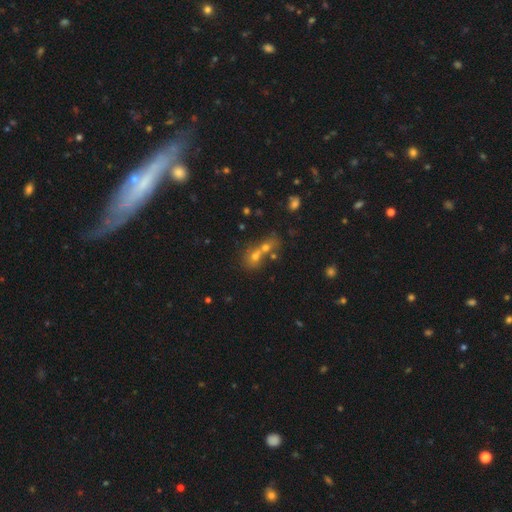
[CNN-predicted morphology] Q: Smooth or featured?
A: smooth (55%); runner-up: star or artifact (25%)
Q: How rounded?
A: round (62%); runner-up: in between (34%)
Q: Merging?
A: merger (59%); runner-up: none (29%)